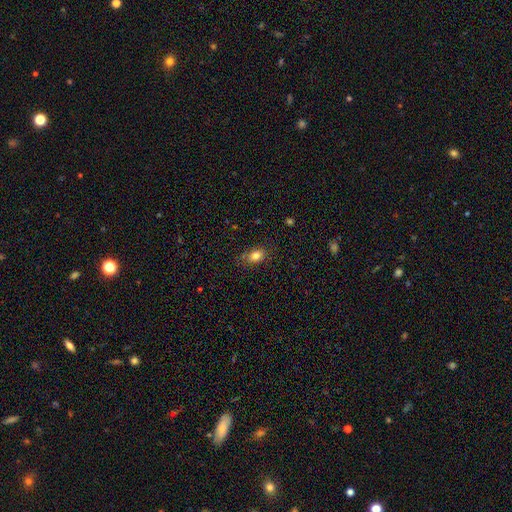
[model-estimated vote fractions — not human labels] Smooth or featured: smooth — 82% (star or artifact — 10%)
How rounded: in between — 78% (round — 20%)
Merging: none — 83% (minor disturbance — 13%)